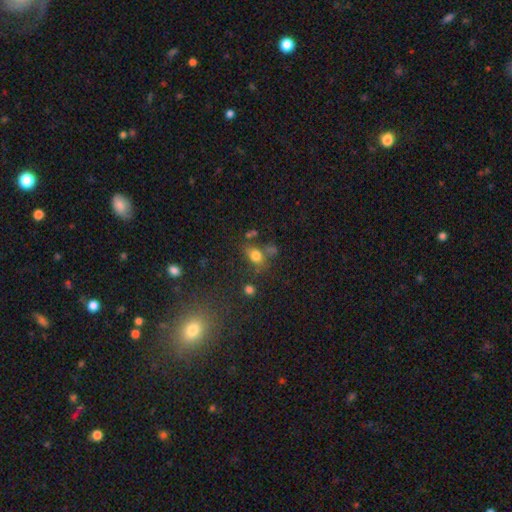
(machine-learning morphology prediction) smooth-or-featured: smooth: 72% | star or artifact: 16% | featured or disk: 12%
  how-rounded: in between: 61% | round: 36% | cigar-shaped: 4%
  merging: none: 58% | minor disturbance: 17% | merger: 16% | major disturbance: 9%